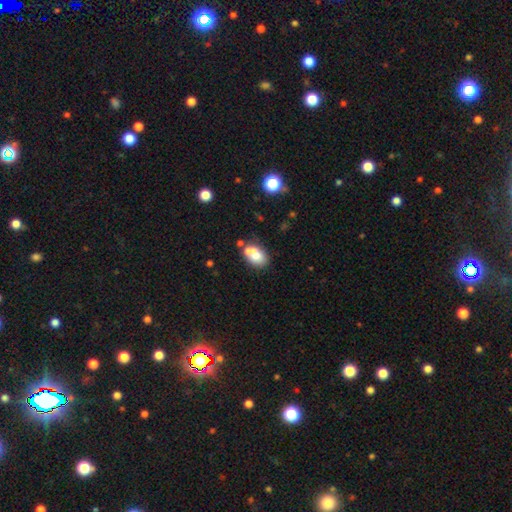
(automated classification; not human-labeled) Smooth or featured: smooth — 66% (featured or disk — 24%)
How rounded: in between — 73% (round — 26%)
Merging: none — 40% (tied with merger — 40%)